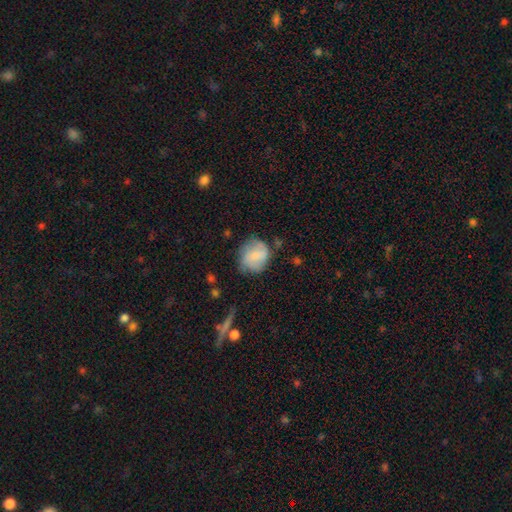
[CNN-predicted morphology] Overall: smooth (67%). How rounded: round (69%; in between 30%). Merging: none (60%; minor disturbance 27%).